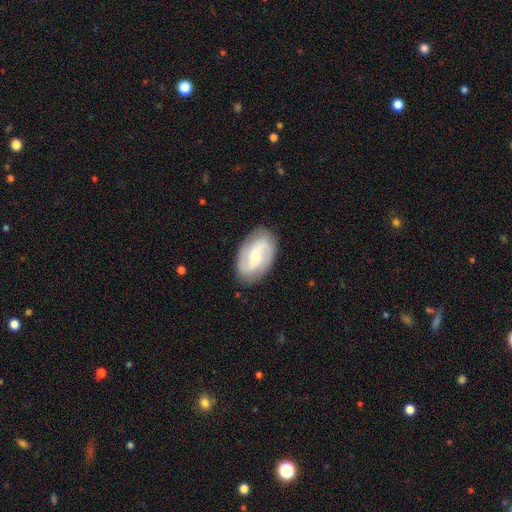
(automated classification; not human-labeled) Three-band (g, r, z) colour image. It shows a featured or disk galaxy (75%) with a weak bar (44%), 2 (87%) medium (42%) spiral arms (91%) and a moderate central bulge (50%). Merging: none (84%).